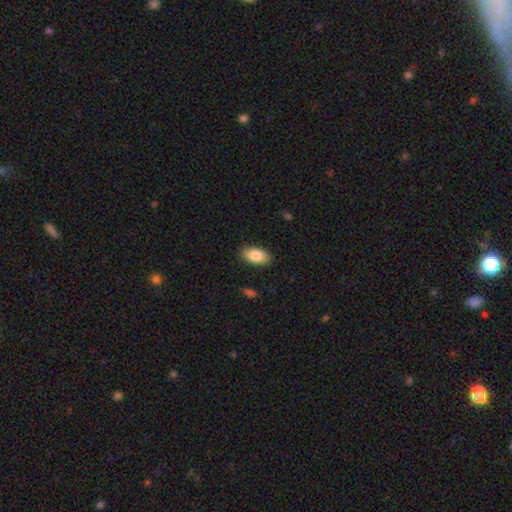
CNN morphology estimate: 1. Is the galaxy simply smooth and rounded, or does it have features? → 86% smooth, 8% featured or disk, 6% star or artifact.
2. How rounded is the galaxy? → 93% in between, 4% cigar-shaped, 3% round.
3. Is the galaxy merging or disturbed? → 89% none, 8% minor disturbance, 2% major disturbance, 1% merger.